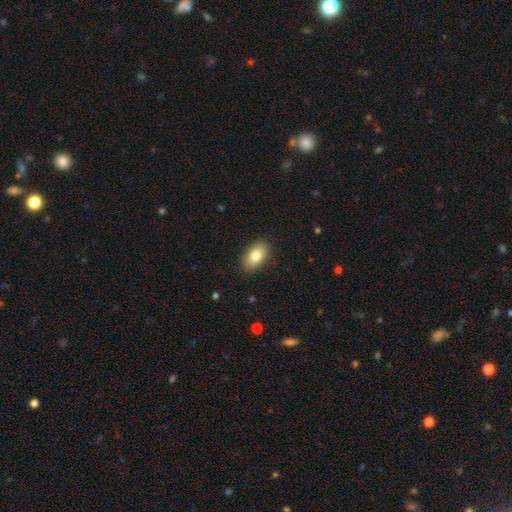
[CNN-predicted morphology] A smooth galaxy with no disk features (80%) that is in between round and cigar-shaped (92%). Merging: none (88%).